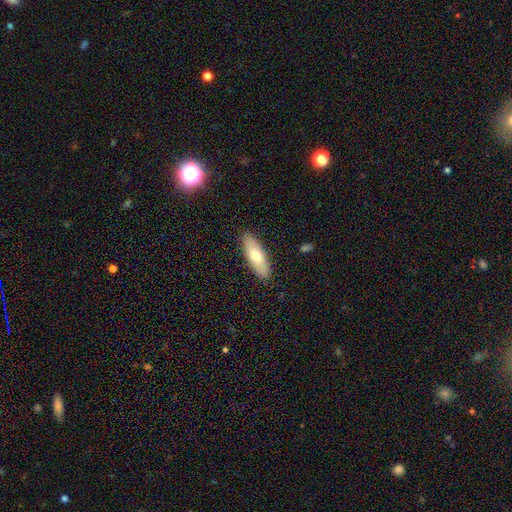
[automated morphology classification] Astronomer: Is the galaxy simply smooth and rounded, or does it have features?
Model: smooth — 66%.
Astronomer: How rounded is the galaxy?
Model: in between — 65%.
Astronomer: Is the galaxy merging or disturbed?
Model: none — 89%.